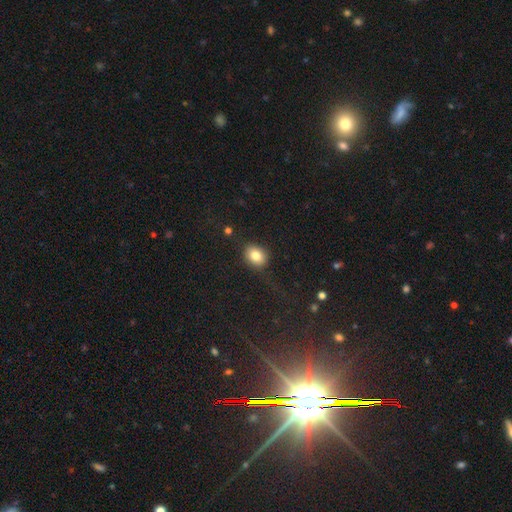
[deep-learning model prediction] Smooth or featured? smooth (82%)
How rounded? in between (53%)
Merging? none (79%)